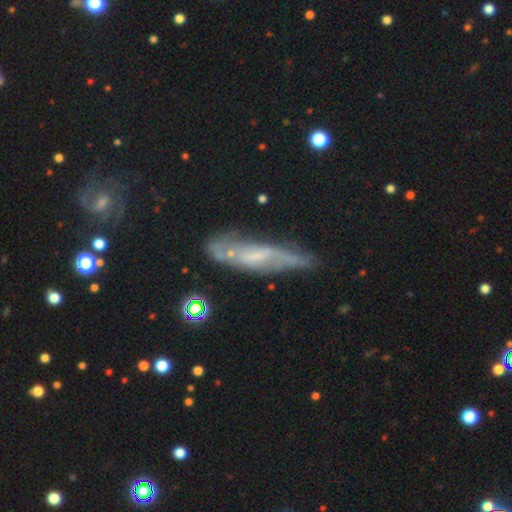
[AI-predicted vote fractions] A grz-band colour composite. It shows a featured or disk galaxy (63%). Merging: none (53%).